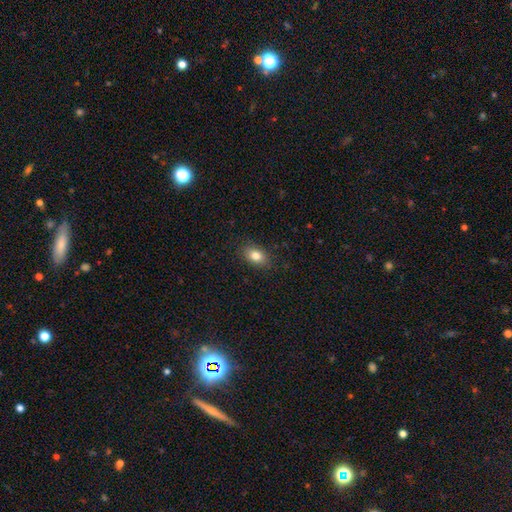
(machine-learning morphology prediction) This is clearly a smooth galaxy (82%). How rounded: likely in between (80%). Merging: clearly none (87%).